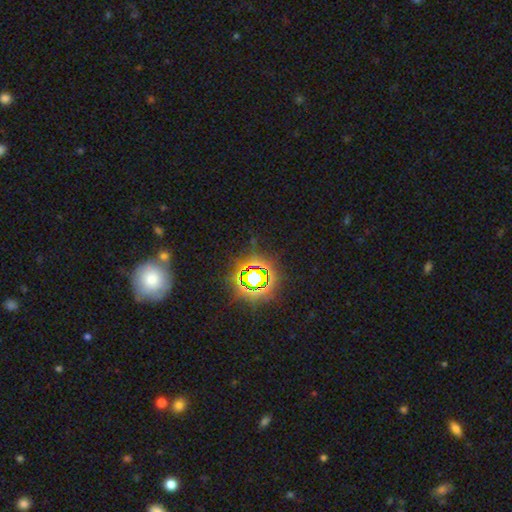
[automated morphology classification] This appears to be a star or artifact, not a galaxy (78%).